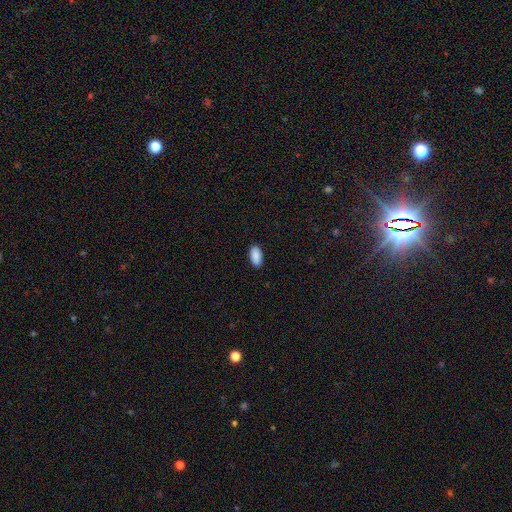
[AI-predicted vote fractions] Q: Smooth or featured?
A: smooth (90%); runner-up: star or artifact (7%)
Q: How rounded?
A: in between (95%); runner-up: cigar-shaped (3%)
Q: Merging?
A: none (89%); runner-up: minor disturbance (8%)